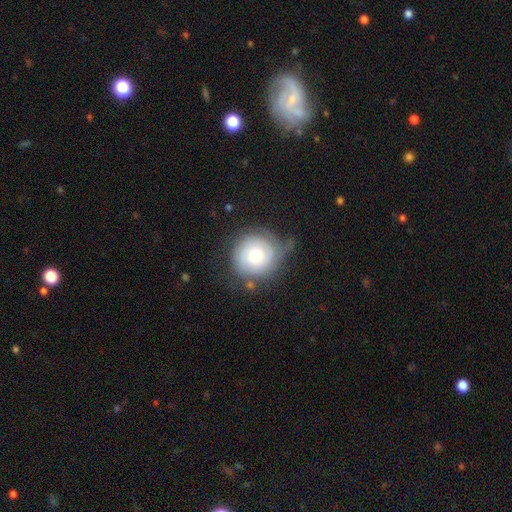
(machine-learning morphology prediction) Smooth or featured?
  - smooth: 47% *
  - featured or disk: 46%
  - star or artifact: 8%
Merging?
  - none: 50% *
  - minor disturbance: 29%
  - major disturbance: 17%
  - merger: 3%